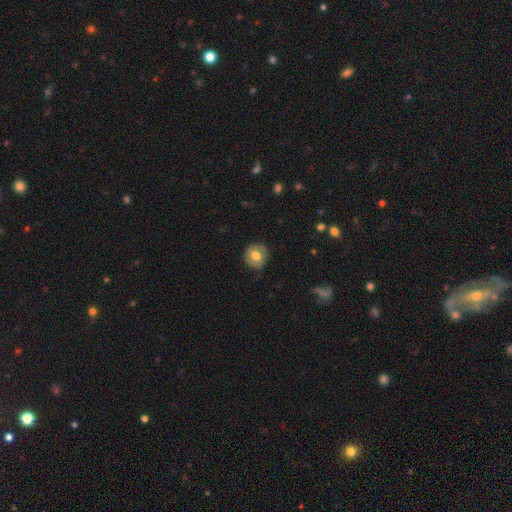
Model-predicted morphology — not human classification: smooth_or_featured: smooth (p=0.66) [alt: featured or disk p=0.27]
how_rounded: round (p=0.85) [alt: in between p=0.14]
merging: none (p=0.81) [alt: minor disturbance p=0.15]